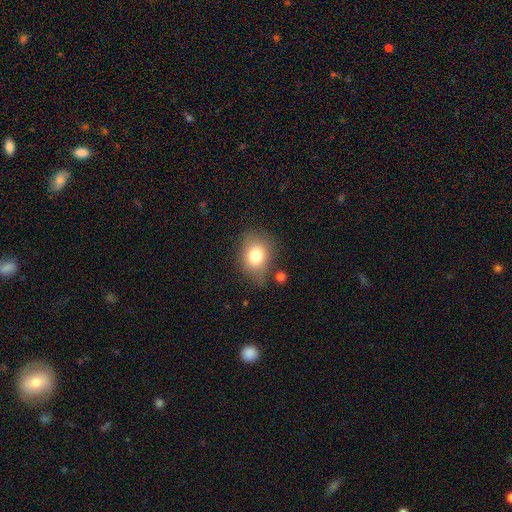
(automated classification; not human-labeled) This appears to be a smooth galaxy with no disk features (77%) that is in between round and cigar-shaped (50%). Merging: none (68%).